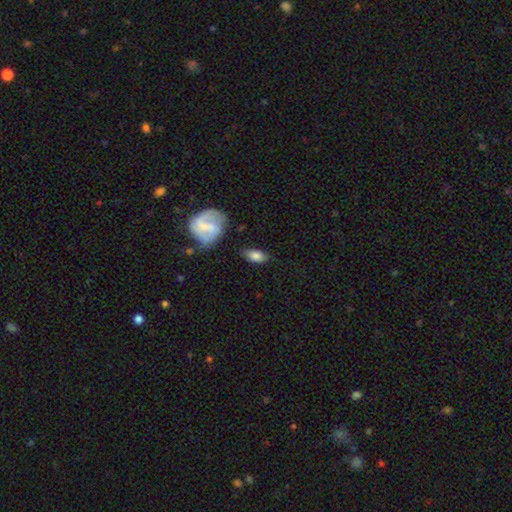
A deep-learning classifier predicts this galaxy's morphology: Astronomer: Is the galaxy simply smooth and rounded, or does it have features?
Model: smooth — 75%.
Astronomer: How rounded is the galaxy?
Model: in between — 88%.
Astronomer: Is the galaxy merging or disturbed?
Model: none — 73%.